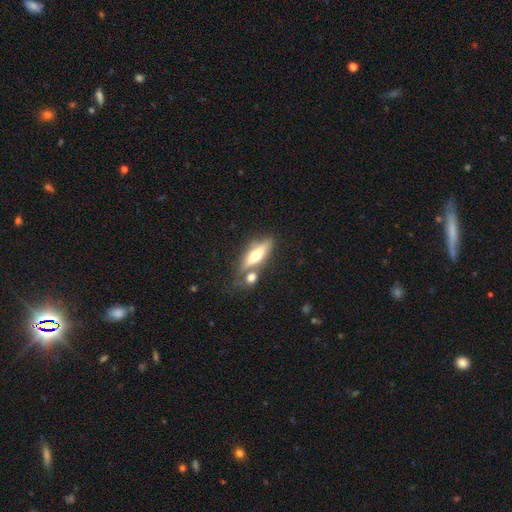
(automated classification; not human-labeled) Smooth or featured?
  - smooth: 47% *
  - featured or disk: 46%
  - star or artifact: 7%
Merging?
  - none: 55% *
  - merger: 26%
  - minor disturbance: 14%
  - major disturbance: 5%